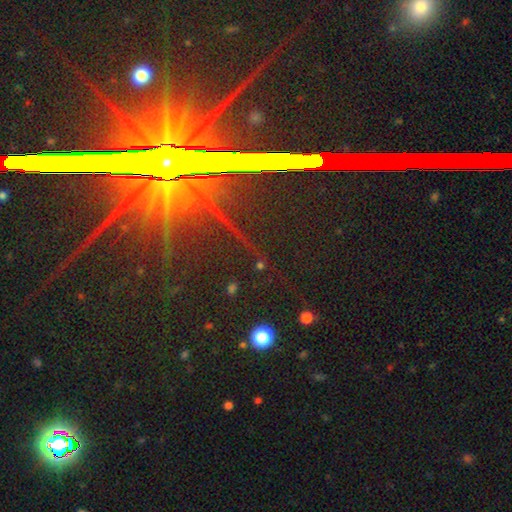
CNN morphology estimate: Overall: star or artifact (82%).